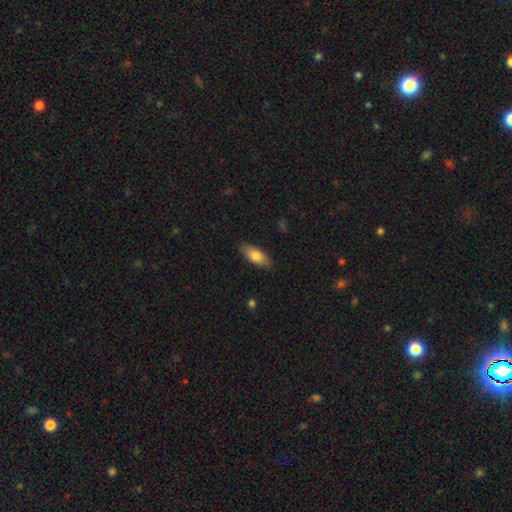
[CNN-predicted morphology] A smooth galaxy with no disk features (79%) that is in between round and cigar-shaped (81%). Merging: none (85%).